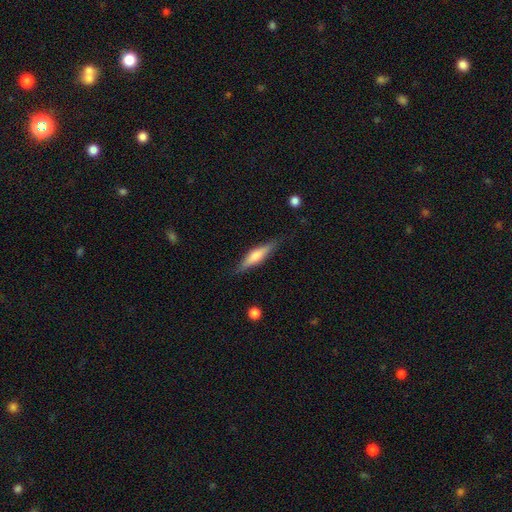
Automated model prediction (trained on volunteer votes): A featured or disk galaxy (47%, tied with smooth). Merging: none (84%).